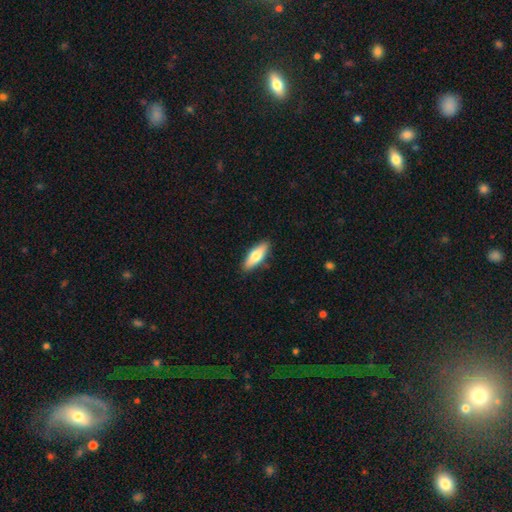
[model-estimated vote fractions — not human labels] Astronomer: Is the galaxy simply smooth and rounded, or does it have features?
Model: smooth — 70%.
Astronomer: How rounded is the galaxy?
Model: in between — 59% (runner-up: cigar-shaped, 39%).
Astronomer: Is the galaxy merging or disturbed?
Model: none — 87%.